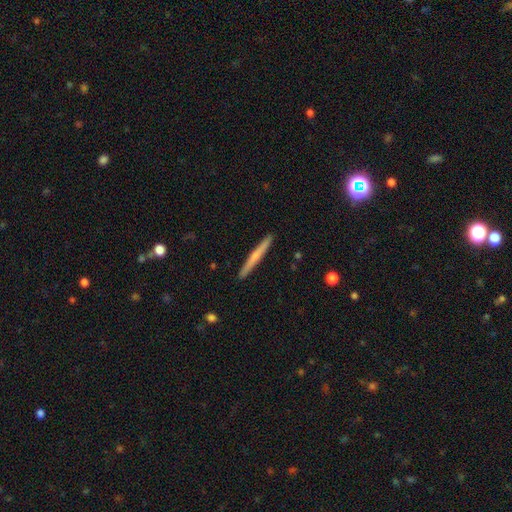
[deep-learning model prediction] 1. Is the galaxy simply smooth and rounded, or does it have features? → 49% smooth, 46% featured or disk, 5% star or artifact.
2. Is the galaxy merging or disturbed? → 93% none, 5% minor disturbance, 1% major disturbance, 1% merger.